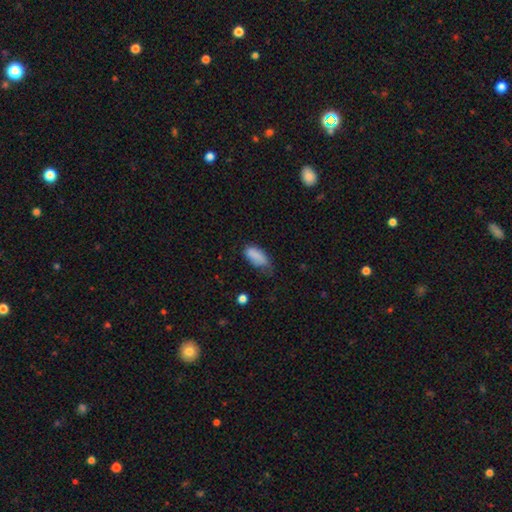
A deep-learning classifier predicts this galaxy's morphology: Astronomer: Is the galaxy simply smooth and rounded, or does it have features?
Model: smooth — 84%.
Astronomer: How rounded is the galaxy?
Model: in between — 87%.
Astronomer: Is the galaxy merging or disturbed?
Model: minor disturbance — 42% (runner-up: none, 39%).